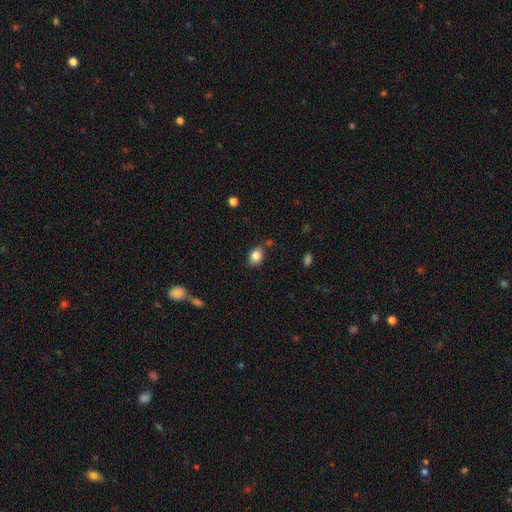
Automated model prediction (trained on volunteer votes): The model was most divided on "how rounded": in between: 69%, round: 30%, cigar-shaped: 1%. More confident: smooth or featured — smooth (84%); merging — none (77%).